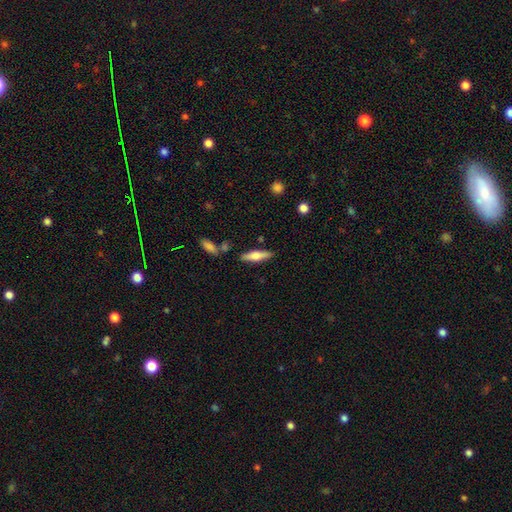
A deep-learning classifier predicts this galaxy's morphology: The model was most divided on "smooth or featured": smooth: 54%, featured or disk: 40%, star or artifact: 6%. More confident: merging — none (83%); how rounded — cigar-shaped (69%).